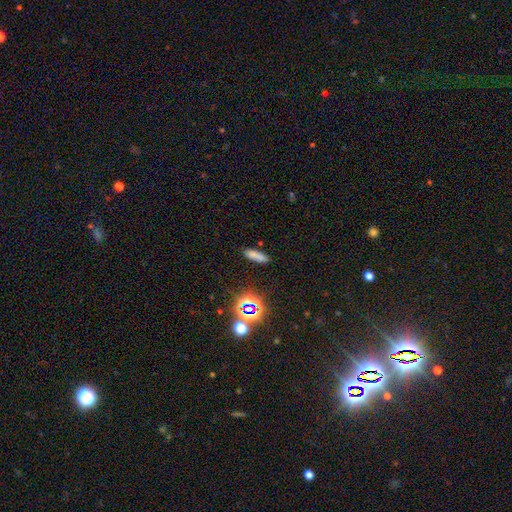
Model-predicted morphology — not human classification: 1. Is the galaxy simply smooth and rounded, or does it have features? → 72% smooth, 19% star or artifact, 9% featured or disk.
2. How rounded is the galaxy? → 63% cigar-shaped, 34% in between, 4% round.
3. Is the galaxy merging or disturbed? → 81% none, 11% minor disturbance, 4% merger, 4% major disturbance.